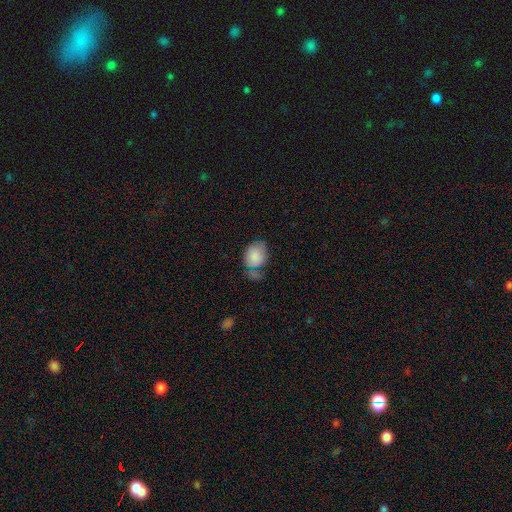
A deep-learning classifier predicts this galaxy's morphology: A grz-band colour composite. It shows a smooth galaxy with no disk features (84%) that is in between round and cigar-shaped (63%). Merging: none (45%).